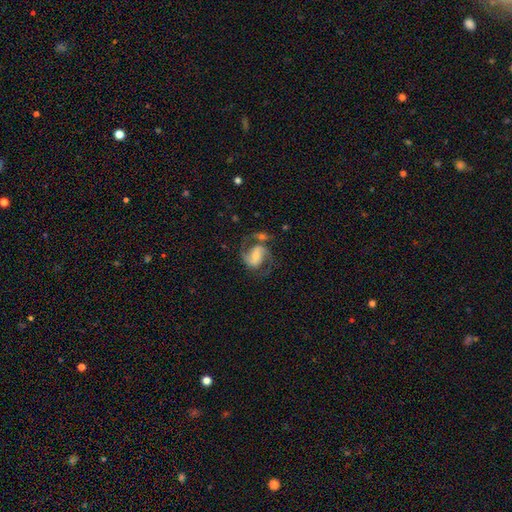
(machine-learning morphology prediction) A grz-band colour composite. It shows a featured or disk galaxy (82%) with a weak bar (44%), 2 (90%) medium (57%) spiral arms (96%) and a small central bulge (42%). Merging: none (56%).